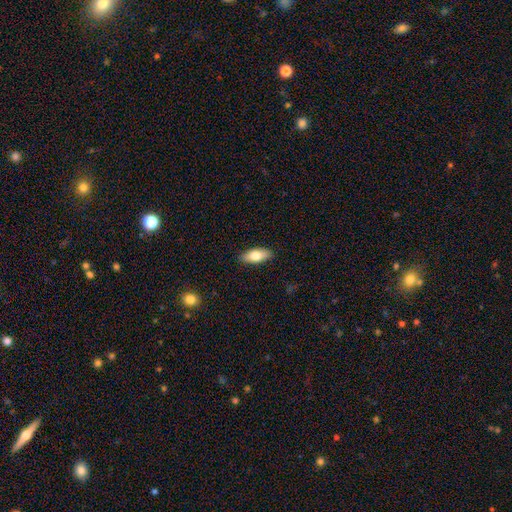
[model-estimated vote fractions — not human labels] This is likely a smooth galaxy (75%). How rounded: clearly in between (81%). Merging: clearly none (89%).